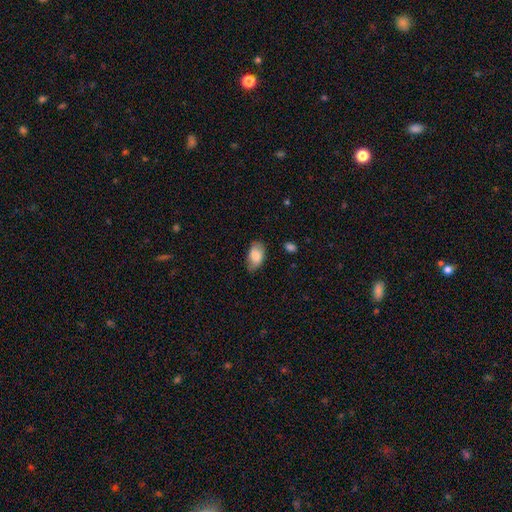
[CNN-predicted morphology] This appears to be a smooth galaxy with no disk features (79%) that is in between round and cigar-shaped (93%). Merging: none (66%).